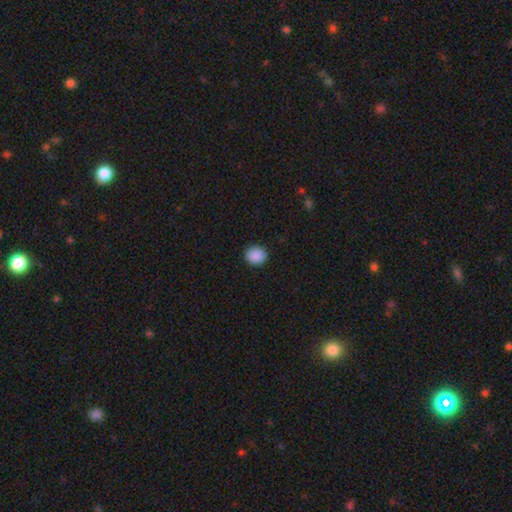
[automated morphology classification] A smooth galaxy with no disk features (90%) that is round (78%).

Vote fractions:
- Smooth or featured? smooth: 90% / star or artifact: 8% / featured or disk: 2%
- How rounded? round: 78% / in between: 21% / cigar-shaped: 1%
- Merging? none: 92% / minor disturbance: 6% / major disturbance: 2% / merger: 1%